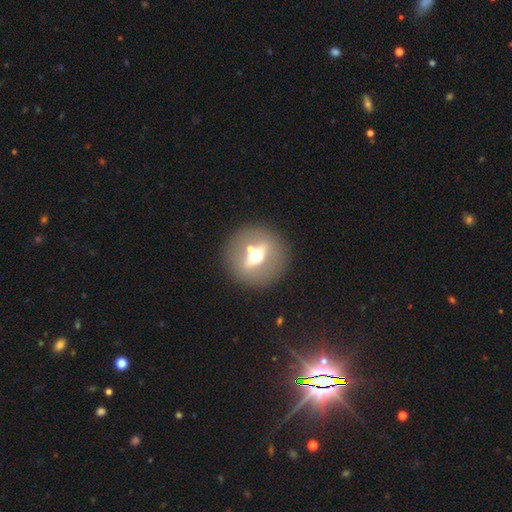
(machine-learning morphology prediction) A featured or disk galaxy (55%). Merging: none (83%).